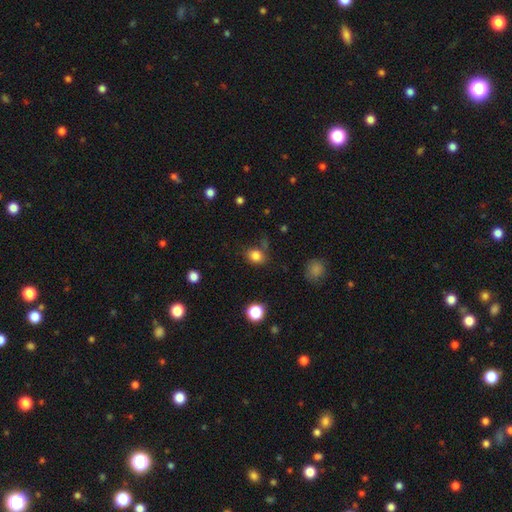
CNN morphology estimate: This appears to be a smooth galaxy with no disk features (82%) that is round (54%). Merging: none (69%).